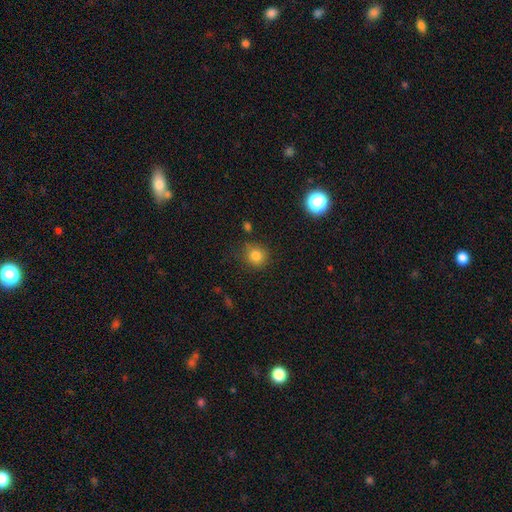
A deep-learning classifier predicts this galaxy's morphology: A smooth galaxy with no disk features (82%) that is round (87%).

Vote fractions:
- Smooth or featured? smooth: 82% / star or artifact: 13% / featured or disk: 6%
- How rounded? round: 87% / in between: 12% / cigar-shaped: 1%
- Merging? none: 79% / minor disturbance: 14% / major disturbance: 4% / merger: 3%